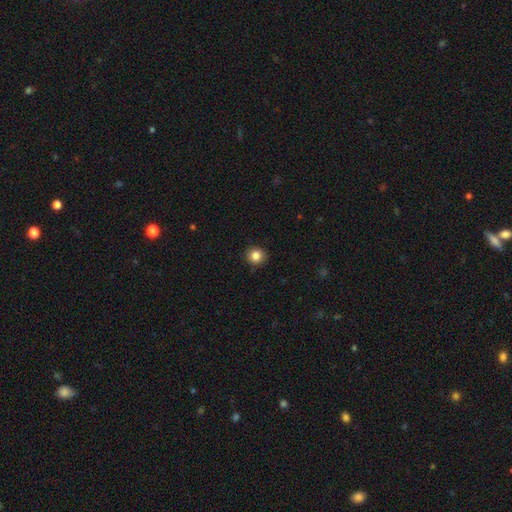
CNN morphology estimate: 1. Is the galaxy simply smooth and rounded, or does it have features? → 84% smooth, 10% star or artifact, 5% featured or disk.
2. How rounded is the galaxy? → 89% round, 10% in between, 1% cigar-shaped.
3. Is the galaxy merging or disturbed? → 91% none, 6% minor disturbance, 2% major disturbance, 1% merger.